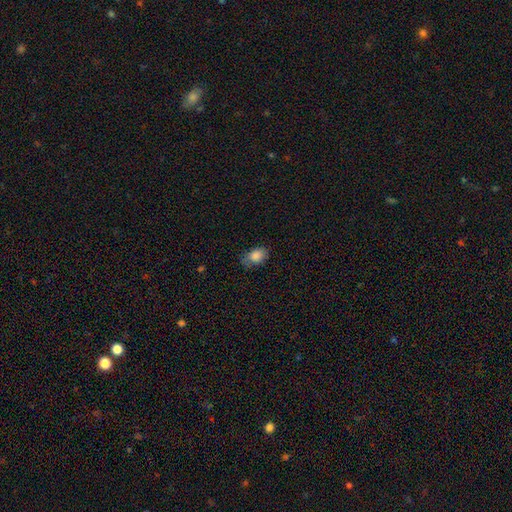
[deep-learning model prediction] A smooth galaxy with no disk features (83%) that is in between round and cigar-shaped (84%). Merging: none (62%).